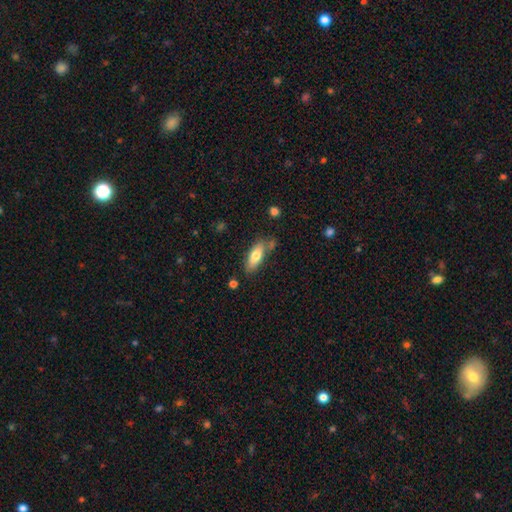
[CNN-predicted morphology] This appears to be a smooth galaxy with no disk features (73%) that is in between round and cigar-shaped (70%). Merging: none (70%).